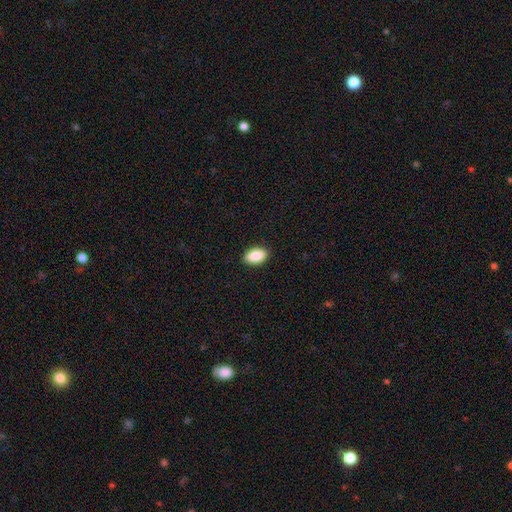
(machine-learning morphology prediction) This is clearly a smooth galaxy (89%). How rounded: clearly in between (92%). Merging: clearly none (89%).